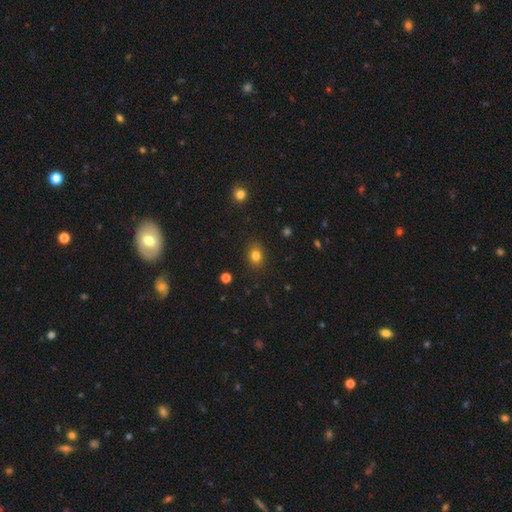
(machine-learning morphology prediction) Overall: smooth (81%). How rounded: round (54%; in between 45%). Merging: none (87%).